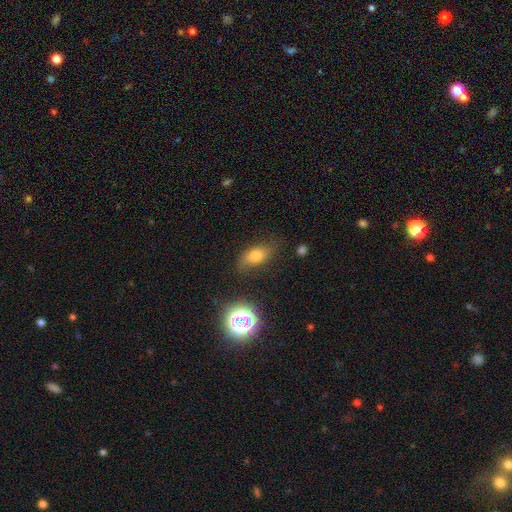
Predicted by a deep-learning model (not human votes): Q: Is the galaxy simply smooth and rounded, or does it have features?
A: smooth — 73%.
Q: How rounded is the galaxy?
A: in between — 81%.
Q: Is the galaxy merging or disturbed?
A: none — 73%.